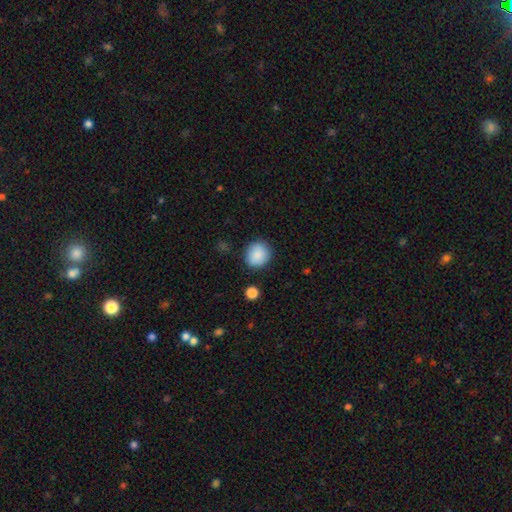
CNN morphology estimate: smooth 88%, star or artifact 8%, featured or disk 4%. Down the decision tree: how rounded — round (79%); merging — none (85%).